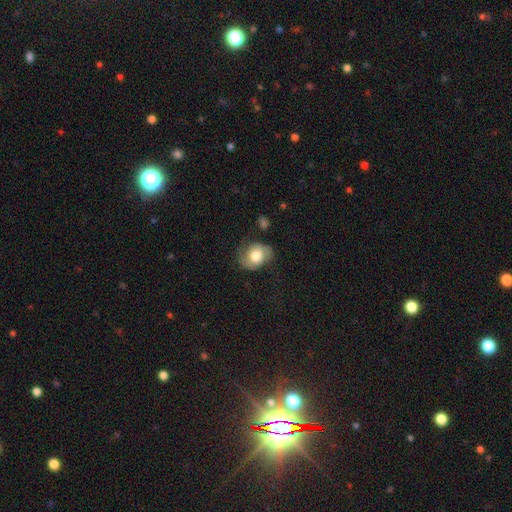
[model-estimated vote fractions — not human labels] Morphology: type=smooth (47%); merging=none (62%).